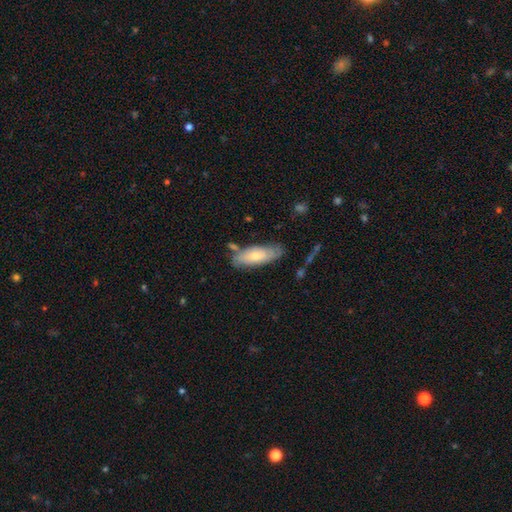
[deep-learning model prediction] Morphology: type=smooth (66%); roundness=in between (67%); merging=none (69%).